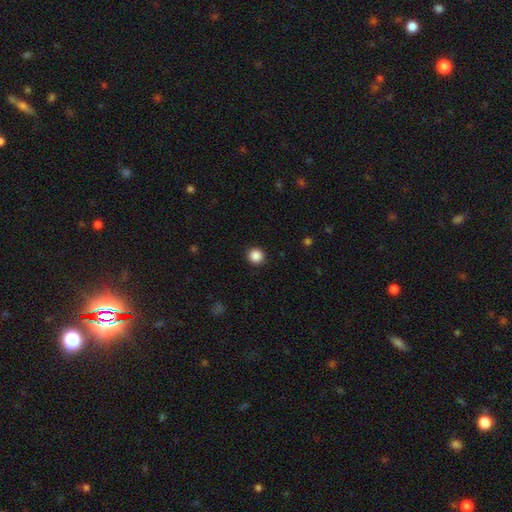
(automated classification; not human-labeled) smooth_or_featured: smooth (p=0.87) [alt: star or artifact p=0.10]
how_rounded: round (p=0.95) [alt: in between p=0.04]
merging: none (p=0.93) [alt: minor disturbance p=0.05]